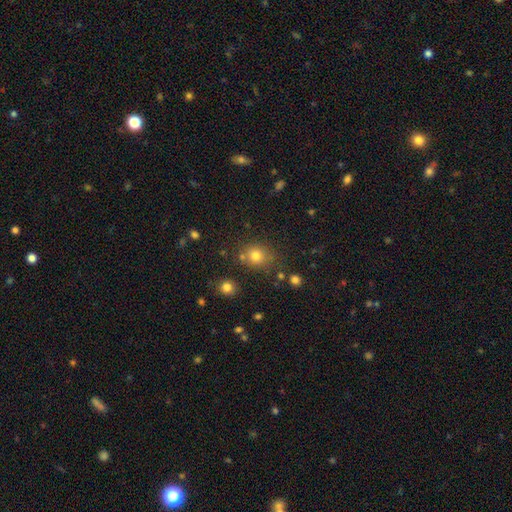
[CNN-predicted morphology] Smooth or featured? Predicted: smooth (p=0.77). How rounded? Predicted: round (p=0.76). Merging? Predicted: none (p=0.74).